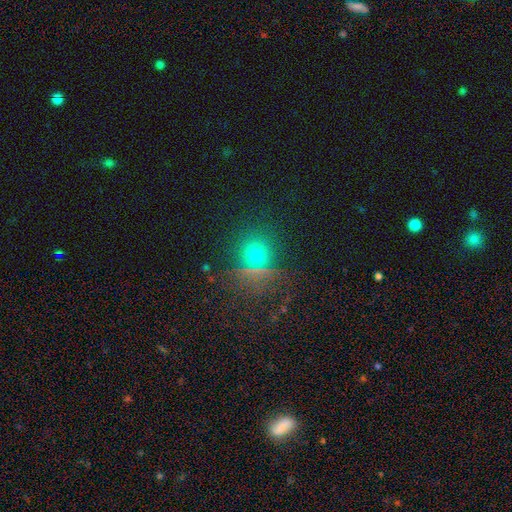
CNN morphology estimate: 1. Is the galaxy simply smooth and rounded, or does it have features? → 66% smooth, 26% star or artifact, 8% featured or disk.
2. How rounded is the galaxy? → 86% round, 12% in between, 2% cigar-shaped.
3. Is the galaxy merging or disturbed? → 80% none, 10% minor disturbance, 6% merger, 4% major disturbance.